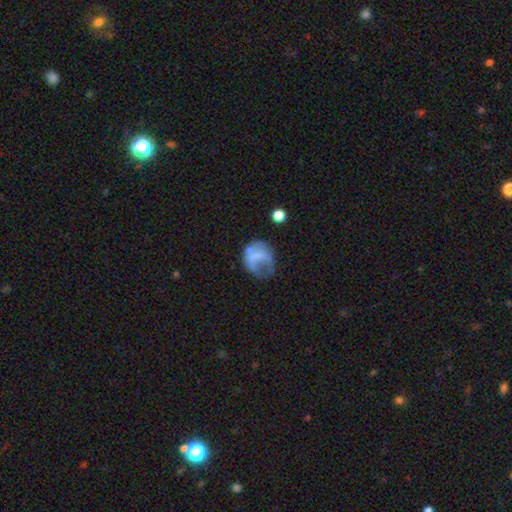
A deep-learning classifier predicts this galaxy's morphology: Smooth or featured? smooth (53%)
How rounded? round (61%)
Merging? major disturbance (37%)